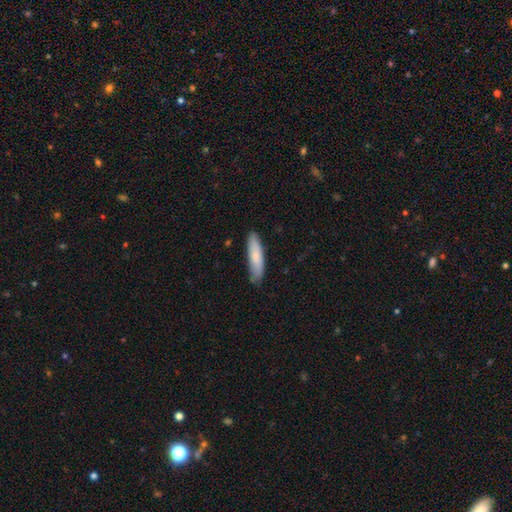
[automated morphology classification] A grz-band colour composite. It shows a smooth galaxy with no disk features (78%) that is cigar-shaped (71%). Merging: none (79%).